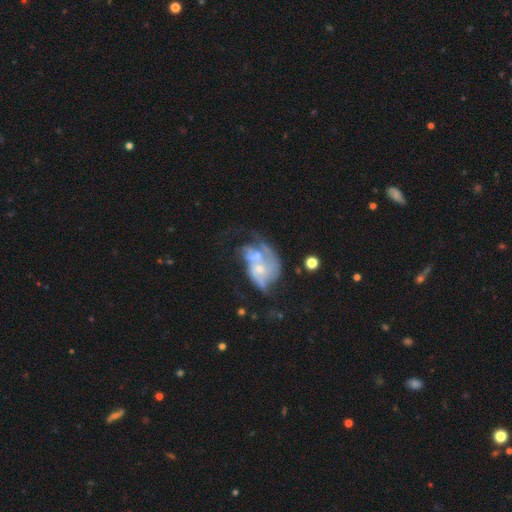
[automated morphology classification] A featured or disk galaxy (73%) with no bar (77%), 2 (35%) medium (40%) spiral arms (71%) and a small central bulge (54%).

Vote fractions:
- Smooth or featured? featured or disk: 73% / smooth: 19% / star or artifact: 8%
- Edge-on disk? no: 97% / yes: 3%
- Bar? no: 77% / weak: 19% / strong: 4%
- Spiral arms? yes: 71% / no: 29%
- Spiral winding? medium: 40% / loose: 31% / tight: 29%
- Spiral arm count? 2: 35% / can't tell: 31% / 3: 15% / 1: 12% / 4: 4% / more than 4: 3%
- Bulge size? small: 54% / moderate: 36% / none: 6% / large: 3% / dominant: 1%
- Merging? merger: 41% / major disturbance: 27% / none: 18% / minor disturbance: 14%